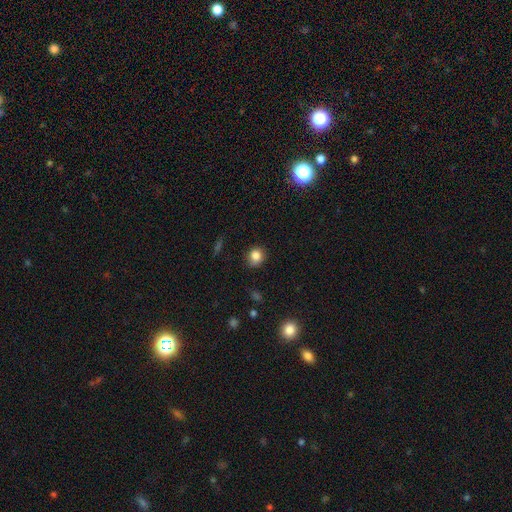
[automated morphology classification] This is clearly a smooth galaxy (84%). How rounded: likely round (74%). Merging: likely none (80%).